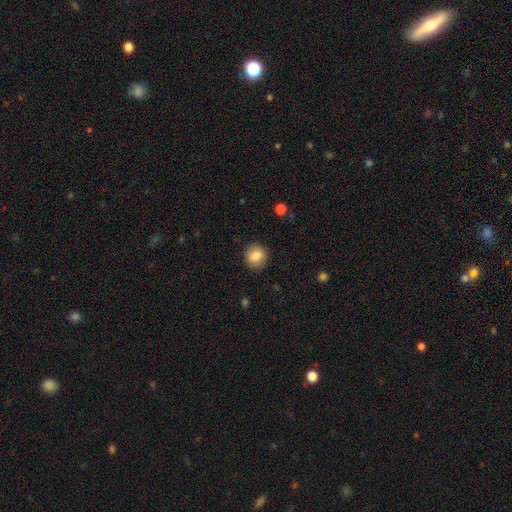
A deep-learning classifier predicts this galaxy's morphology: A smooth galaxy with no disk features (85%) that is round (90%).

Vote fractions:
- Smooth or featured? smooth: 85% / star or artifact: 8% / featured or disk: 6%
- How rounded? round: 90% / in between: 10% / cigar-shaped: 1%
- Merging? none: 90% / minor disturbance: 7% / major disturbance: 2% / merger: 1%